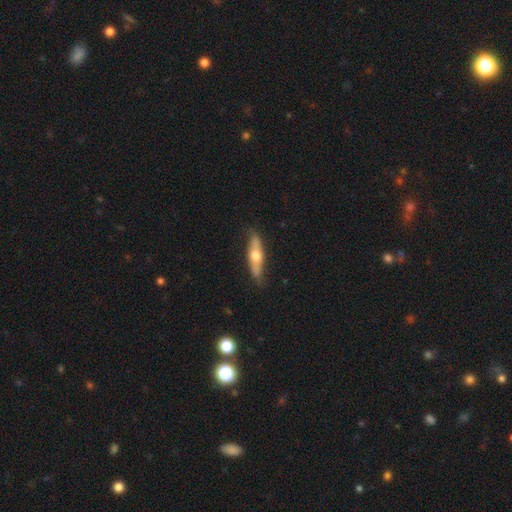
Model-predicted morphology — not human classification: Smooth or featured? Predicted: featured or disk (p=0.51). Edge-on disk? Predicted: yes (p=0.82). Merging? Predicted: none (p=0.82).